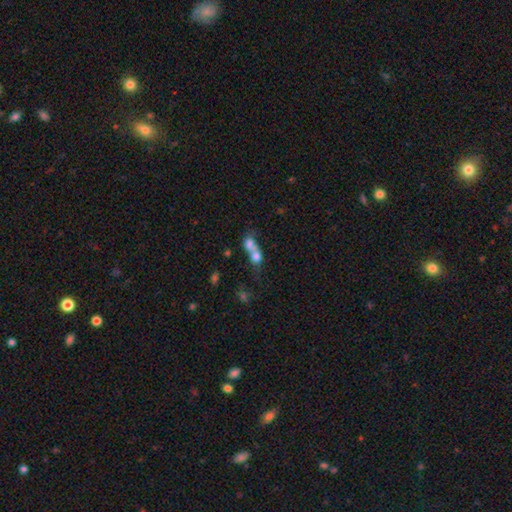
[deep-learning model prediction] Q: Smooth or featured?
A: smooth (67%); runner-up: featured or disk (22%)
Q: How rounded?
A: round (58%); runner-up: in between (38%)
Q: Merging?
A: merger (75%); runner-up: none (16%)